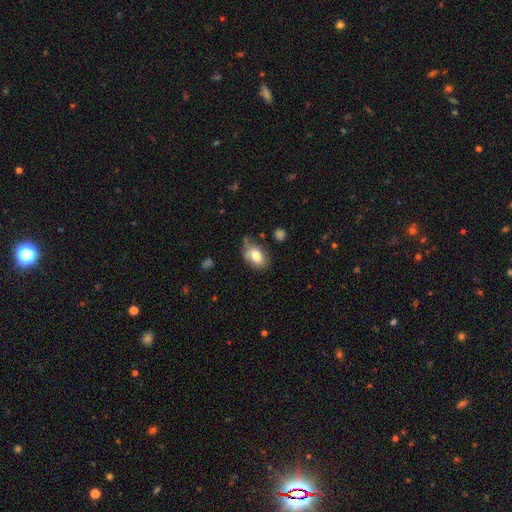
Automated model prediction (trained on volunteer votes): The model was most divided on "merging": none: 55%, minor disturbance: 31%, major disturbance: 8%, merger: 5%. More confident: how rounded — in between (83%); smooth or featured — smooth (74%).